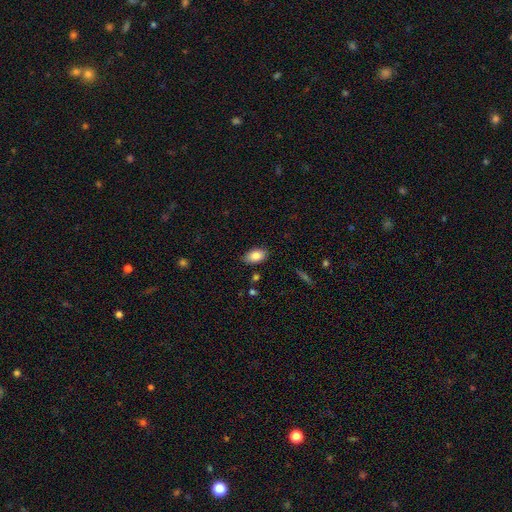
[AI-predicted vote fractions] smooth-or-featured: smooth: 86% | star or artifact: 7% | featured or disk: 7%
  how-rounded: in between: 91% | round: 7% | cigar-shaped: 2%
  merging: none: 80% | minor disturbance: 16% | major disturbance: 3% | merger: 2%